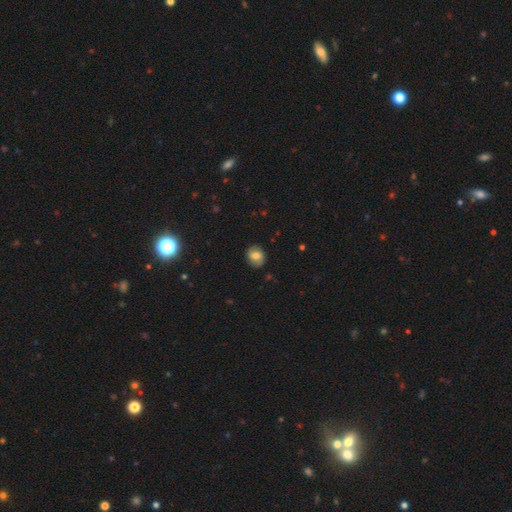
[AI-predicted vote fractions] The model was most divided on "how rounded": round: 64%, in between: 35%, cigar-shaped: 1%. More confident: merging — none (85%); smooth or featured — smooth (68%).